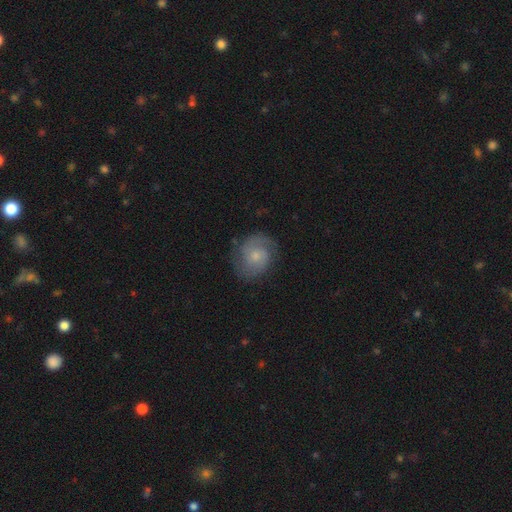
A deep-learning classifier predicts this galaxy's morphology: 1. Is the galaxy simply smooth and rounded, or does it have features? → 70% featured or disk, 23% smooth, 7% star or artifact.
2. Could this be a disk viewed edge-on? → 98% no, 2% yes.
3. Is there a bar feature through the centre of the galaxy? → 67% no, 29% weak, 3% strong.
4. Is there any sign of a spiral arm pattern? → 93% yes, 7% no.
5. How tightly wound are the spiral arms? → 43% tight (tied), 43% medium (tied), 15% loose.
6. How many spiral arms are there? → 73% 2, 13% can't tell, 5% 3, 4% 1, 2% 4, 2% more than 4.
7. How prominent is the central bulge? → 56% small, 35% moderate, 5% none, 3% large, 1% dominant.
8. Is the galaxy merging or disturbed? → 77% none, 16% minor disturbance, 6% major disturbance, 1% merger.